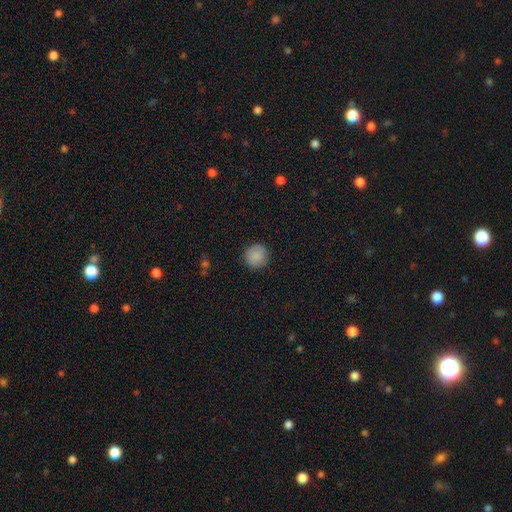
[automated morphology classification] type=smooth (86%); roundness=round (92%); merging=none (87%).